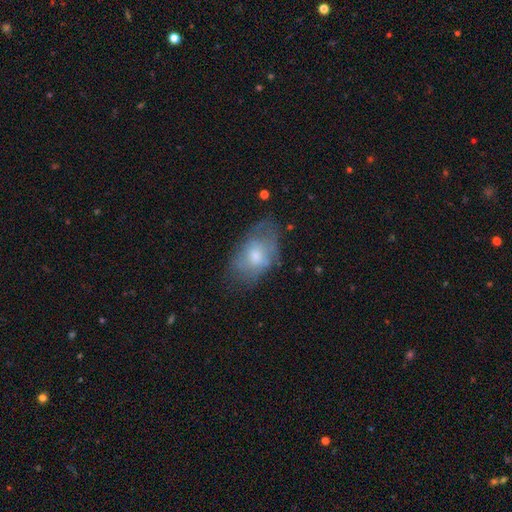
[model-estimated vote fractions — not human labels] This appears to be a smooth galaxy with no disk features (56%) that is in between round and cigar-shaped (89%). Merging: none (53%).